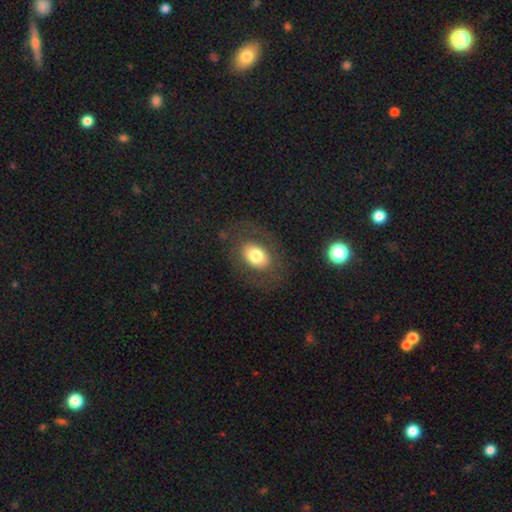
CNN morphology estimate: Smooth or featured? Predicted: smooth (p=0.69). How rounded? Predicted: in between (p=0.75). Merging? Predicted: none (p=0.80).